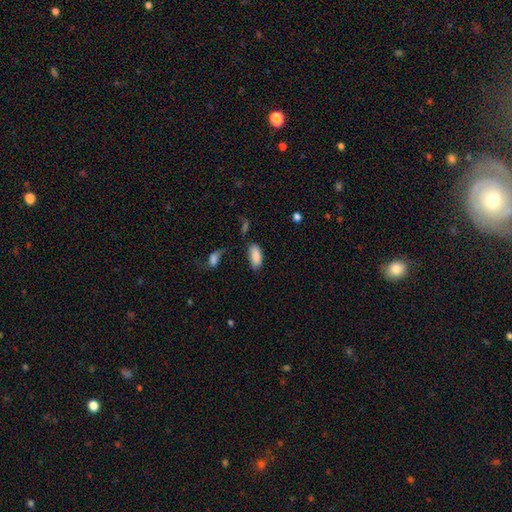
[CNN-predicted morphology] This is clearly a smooth galaxy (87%). How rounded: clearly in between (89%). Merging: likely none (73%).